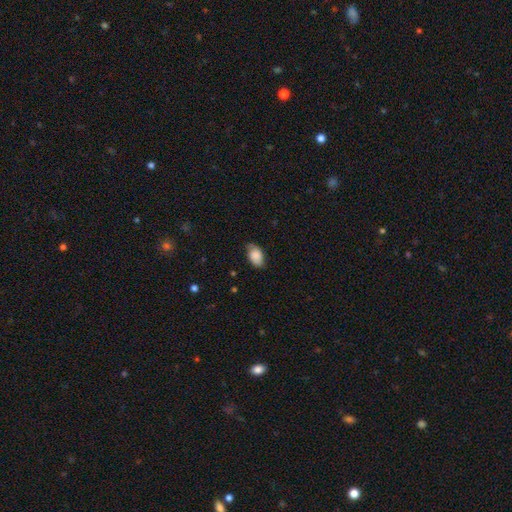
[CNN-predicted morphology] Smooth or featured?
  - smooth: 81% *
  - featured or disk: 12%
  - star or artifact: 7%
How rounded?
  - in between: 91% *
  - round: 7%
  - cigar-shaped: 2%
Merging?
  - none: 69% *
  - minor disturbance: 25%
  - major disturbance: 5%
  - merger: 1%